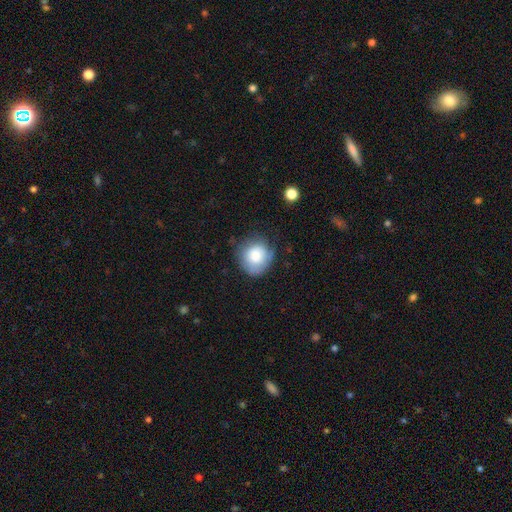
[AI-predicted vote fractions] Smooth or featured? Predicted: smooth (p=0.75). How rounded? Predicted: round (p=0.85). Merging? Predicted: none (p=0.63).